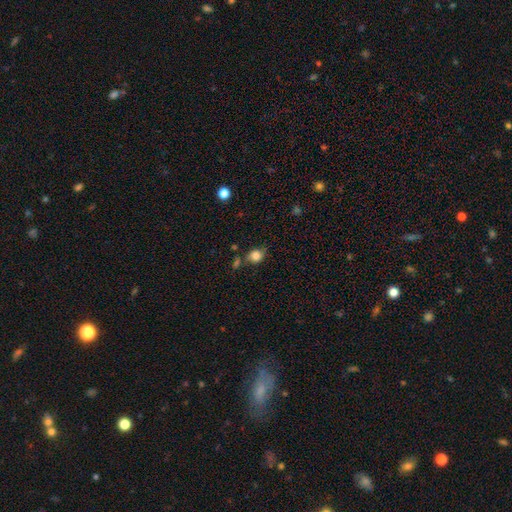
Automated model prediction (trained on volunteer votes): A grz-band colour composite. It shows a smooth galaxy with no disk features (83%) that is round (66%). Merging: none (62%).